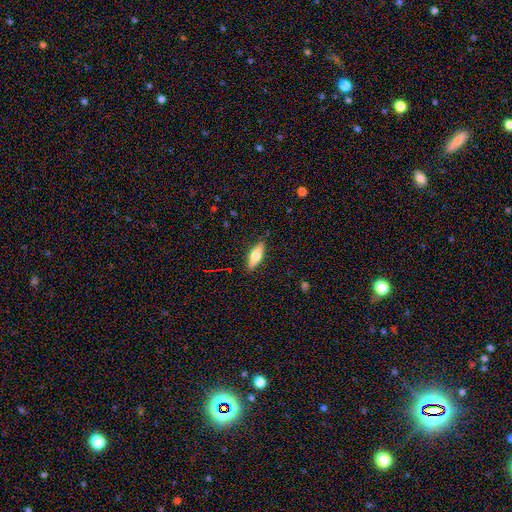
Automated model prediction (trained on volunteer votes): A smooth galaxy with no disk features (60%) that is in between round and cigar-shaped (54%). Merging: none (86%).